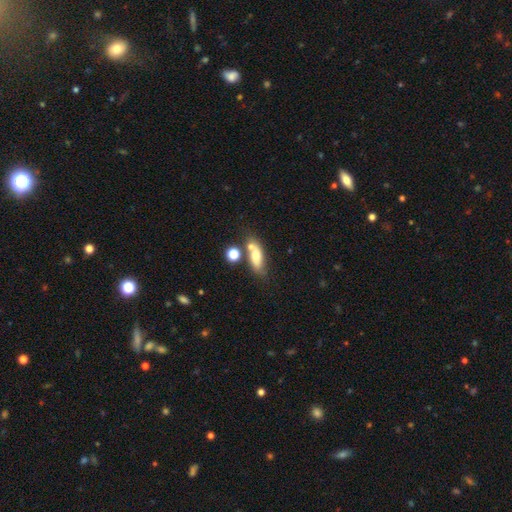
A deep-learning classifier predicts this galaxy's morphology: Overall: smooth (61%; featured or disk 29%). How rounded: in between (66%). Merging: none (54%; merger 24%).